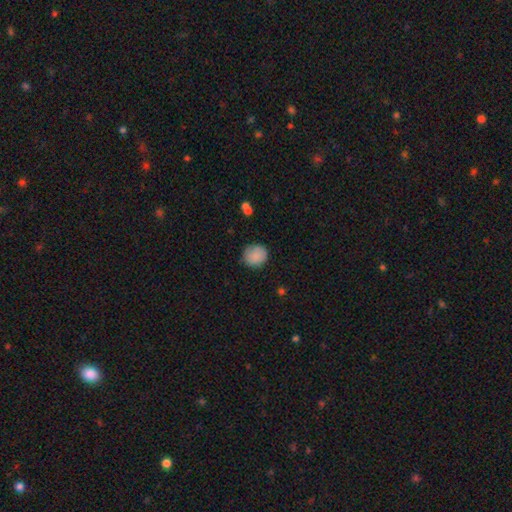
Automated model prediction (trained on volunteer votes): This appears to be a smooth galaxy with no disk features (87%) that is round (81%). Merging: none (84%).